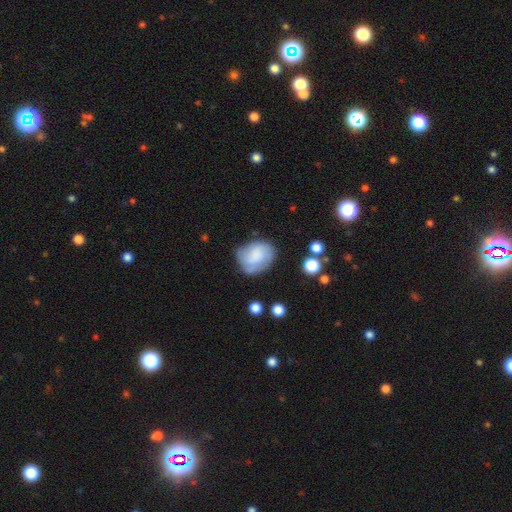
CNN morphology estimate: smooth_or_featured: smooth (p=0.70) [alt: featured or disk p=0.22]
how_rounded: in between (p=0.51) [alt: round p=0.48]
merging: none (p=0.53) [alt: minor disturbance p=0.30]